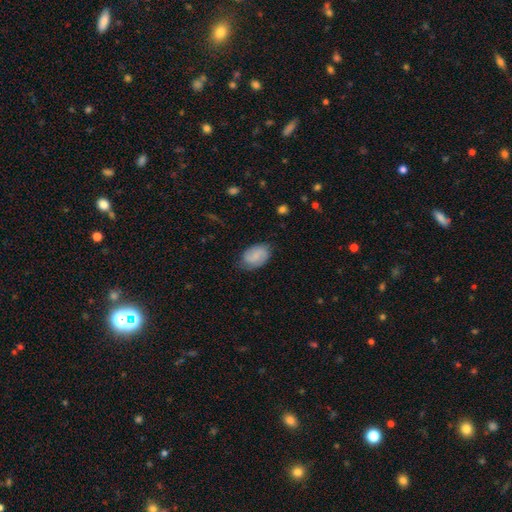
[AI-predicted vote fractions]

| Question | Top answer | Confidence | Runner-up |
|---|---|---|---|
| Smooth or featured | smooth | 59% | featured or disk (34%) |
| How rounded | in between | 87% | round (12%) |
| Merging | none | 72% | minor disturbance (21%) |